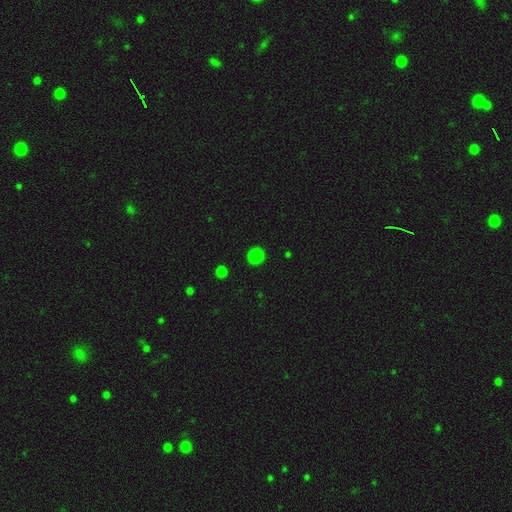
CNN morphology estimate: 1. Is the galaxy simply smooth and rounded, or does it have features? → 84% smooth, 13% star or artifact, 3% featured or disk.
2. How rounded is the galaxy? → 91% round, 8% in between, 1% cigar-shaped.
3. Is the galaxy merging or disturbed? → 91% none, 6% minor disturbance, 2% major disturbance, 1% merger.